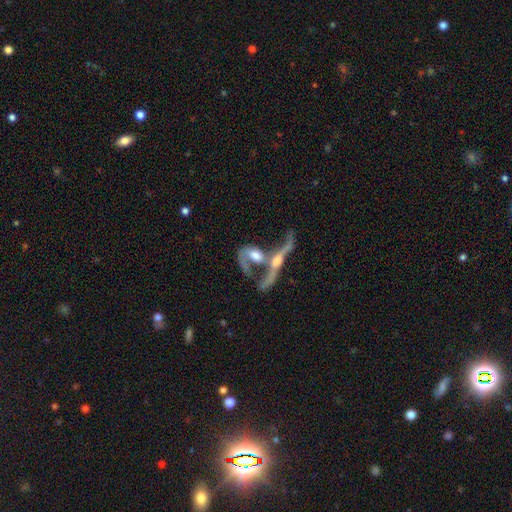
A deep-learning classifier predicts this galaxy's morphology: type=featured or disk (69%); edge-on=no (66%); merging=merger (67%).